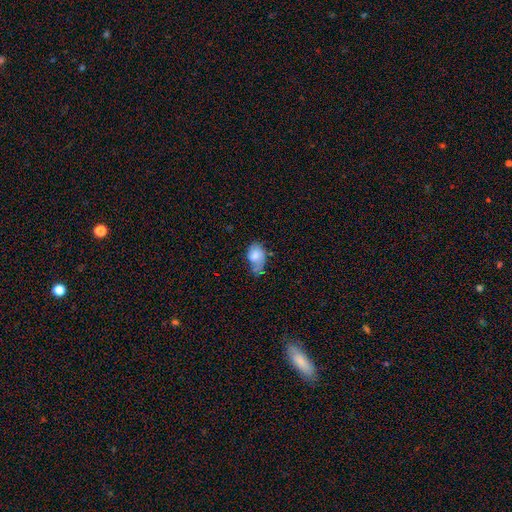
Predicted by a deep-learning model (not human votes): Smooth or featured? smooth (66%)
How rounded? in between (85%)
Merging? minor disturbance (40%)